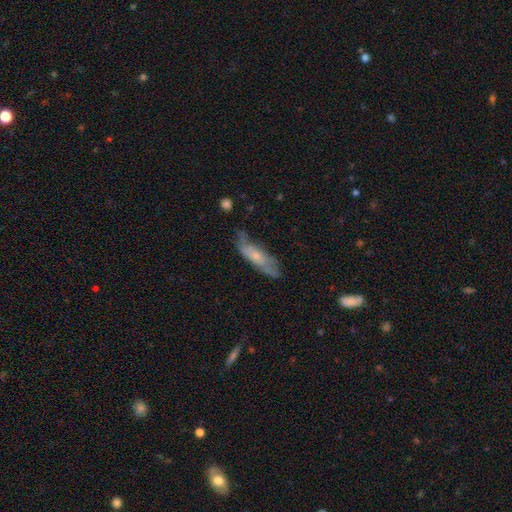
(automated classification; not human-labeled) Morphology: type=smooth (50%); merging=none (52%).